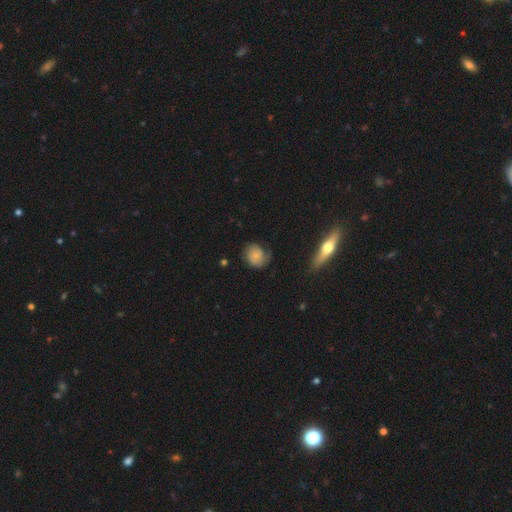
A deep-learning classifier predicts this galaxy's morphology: type=smooth (58%); roundness=round (69%); merging=none (57%).